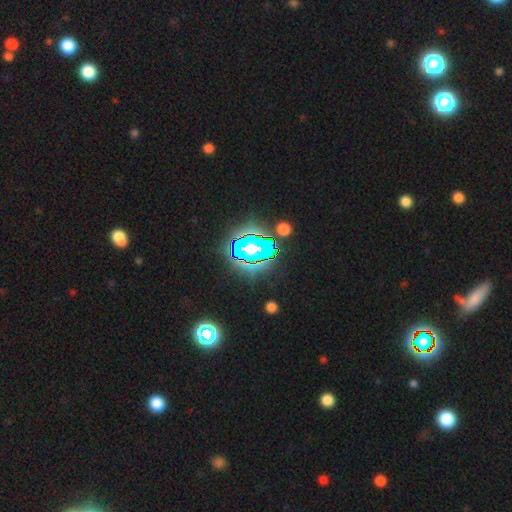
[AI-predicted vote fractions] star or artifact 83%, smooth 11%, featured or disk 7%.